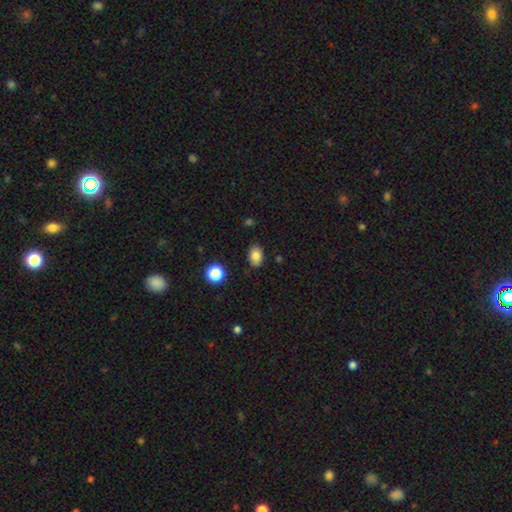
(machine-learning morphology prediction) Overall: smooth (82%). How rounded: in between (80%). Merging: none (85%).